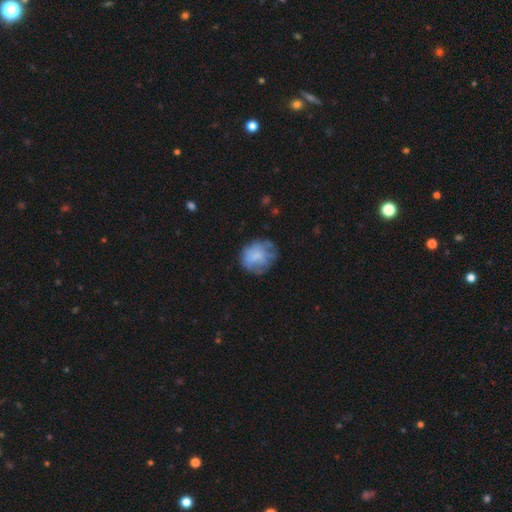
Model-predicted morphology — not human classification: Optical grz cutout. It shows a smooth galaxy with no disk features (63%) that is round (68%). Merging: none (58%).